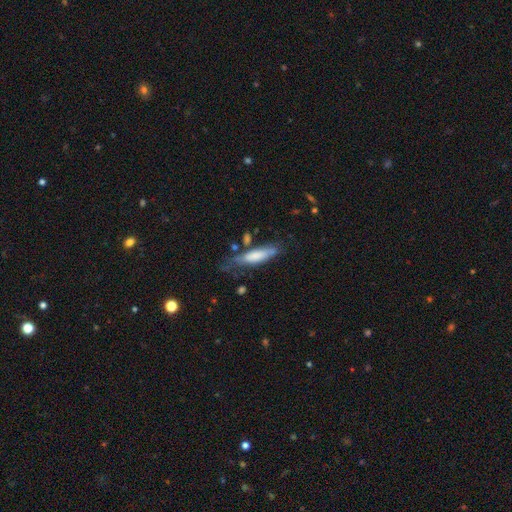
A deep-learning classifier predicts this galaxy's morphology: Overall: smooth (69%). How rounded: cigar-shaped (62%; in between 36%). Merging: none (49%; minor disturbance 30%).